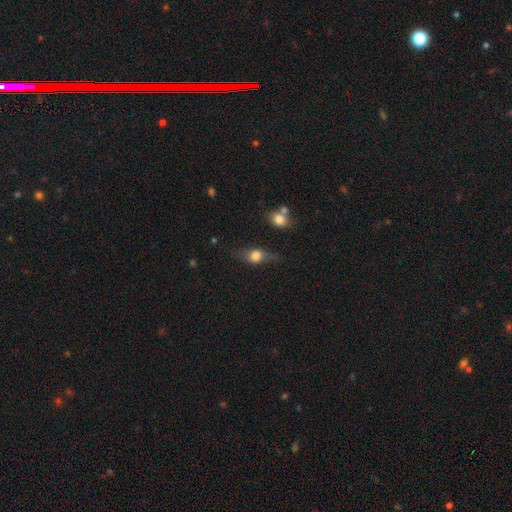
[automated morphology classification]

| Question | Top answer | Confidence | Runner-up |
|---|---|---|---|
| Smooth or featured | smooth | 63% | featured or disk (28%) |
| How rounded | in between | 59% | round (31%) |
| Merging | none | 57% | minor disturbance (27%) |